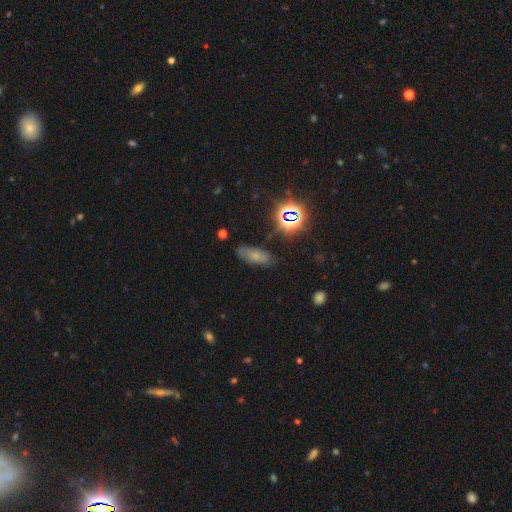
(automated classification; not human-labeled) A smooth galaxy with no disk features (54%) that is in between round and cigar-shaped (81%).

Vote fractions:
- Smooth or featured? smooth: 54% / star or artifact: 23% / featured or disk: 22%
- How rounded? in between: 81% / cigar-shaped: 14% / round: 6%
- Merging? none: 70% / minor disturbance: 21% / major disturbance: 6% / merger: 3%